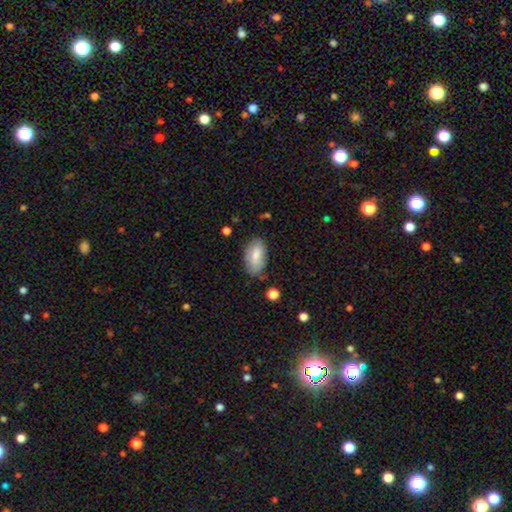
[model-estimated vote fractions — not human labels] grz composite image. It shows a smooth galaxy with no disk features (80%) that is in between round and cigar-shaped (94%). Merging: none (72%).